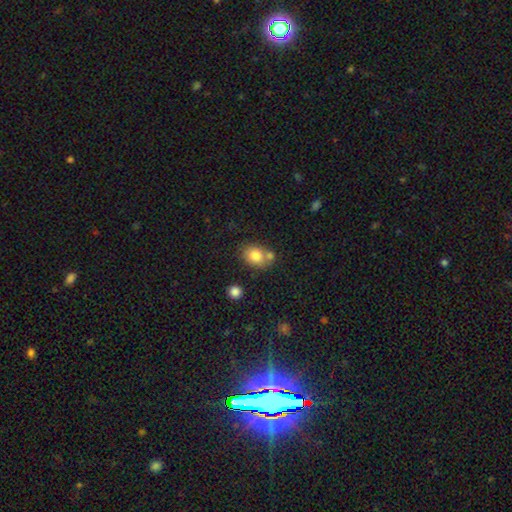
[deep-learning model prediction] Smooth or featured? Predicted: smooth (p=0.79). How rounded? Predicted: in between (p=0.57). Merging? Predicted: none (p=0.57).